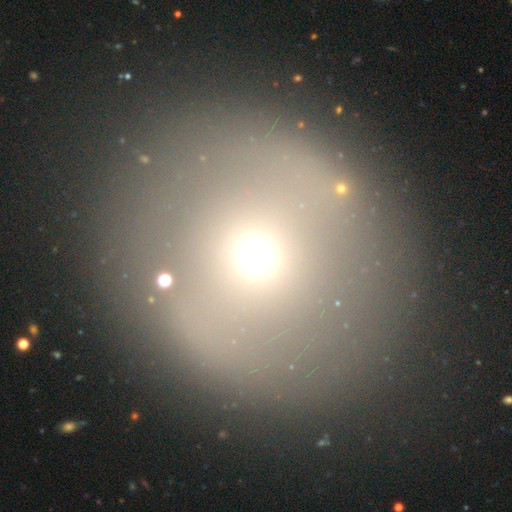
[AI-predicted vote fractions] A smooth galaxy with no disk features (57%) that is round (71%).

Vote fractions:
- Smooth or featured? smooth: 57% / star or artifact: 23% / featured or disk: 20%
- How rounded? round: 71% / in between: 24% / cigar-shaped: 4%
- Merging? none: 55% / merger: 17% / minor disturbance: 15% / major disturbance: 13%